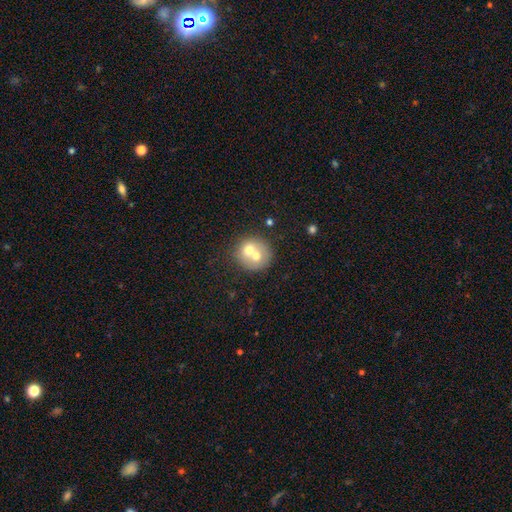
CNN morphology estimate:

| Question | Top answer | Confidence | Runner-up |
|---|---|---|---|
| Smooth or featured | smooth | 64% | featured or disk (27%) |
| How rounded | round | 88% | in between (11%) |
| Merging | merger | 54% | none (37%) |